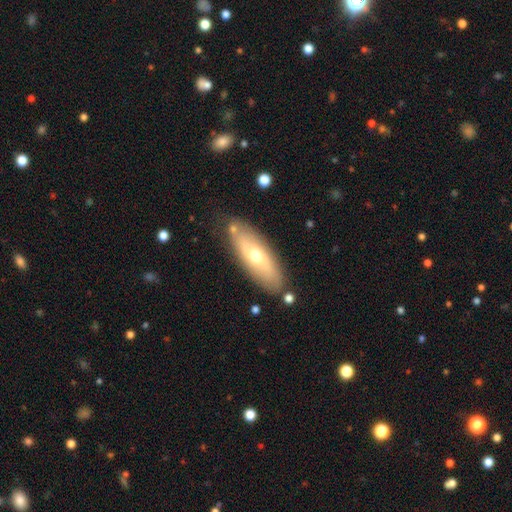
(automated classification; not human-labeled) smooth_or_featured: smooth (p=0.51) [alt: featured or disk p=0.43]
how_rounded: in between (p=0.62) [alt: cigar-shaped p=0.35]
merging: none (p=0.80) [alt: minor disturbance p=0.13]